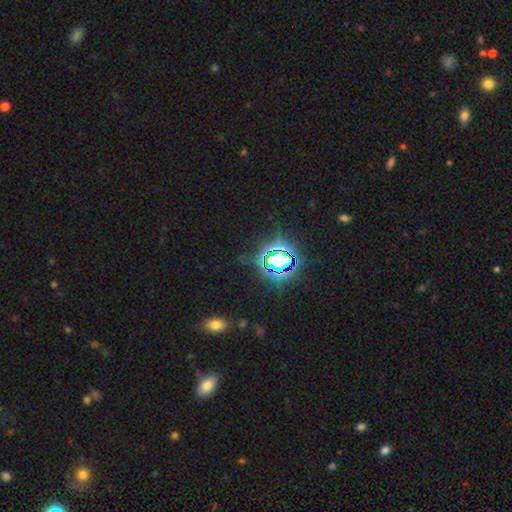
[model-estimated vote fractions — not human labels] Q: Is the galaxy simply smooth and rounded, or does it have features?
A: star or artifact — 75%.